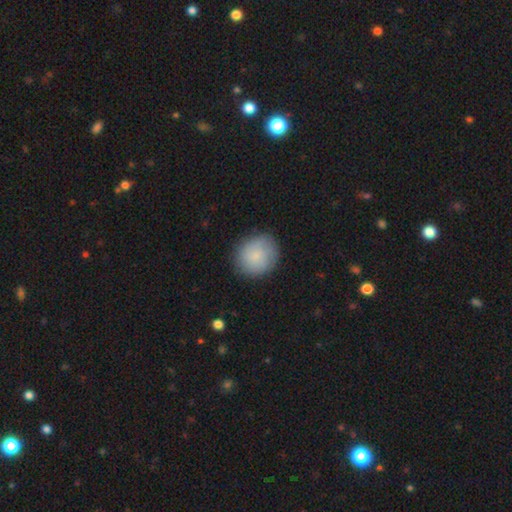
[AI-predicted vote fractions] Smooth or featured?
  - smooth: 76% *
  - featured or disk: 17%
  - star or artifact: 7%
How rounded?
  - round: 83% *
  - in between: 16%
  - cigar-shaped: 1%
Merging?
  - none: 82% *
  - minor disturbance: 13%
  - major disturbance: 3%
  - merger: 1%